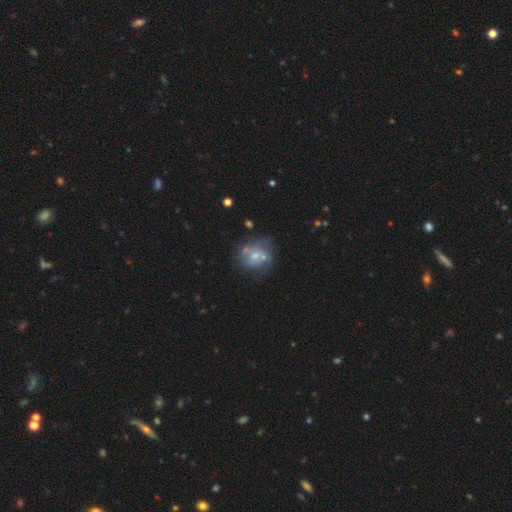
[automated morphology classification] The model was most divided on "bulge size": moderate: 47%, small: 44%, none: 5%, large: 3%, dominant: 1%. Remaining: edge-on disk — no (98%); bar — no (81%); spiral arms — no (61%); smooth or featured — featured or disk (52%); merging — none (46%).